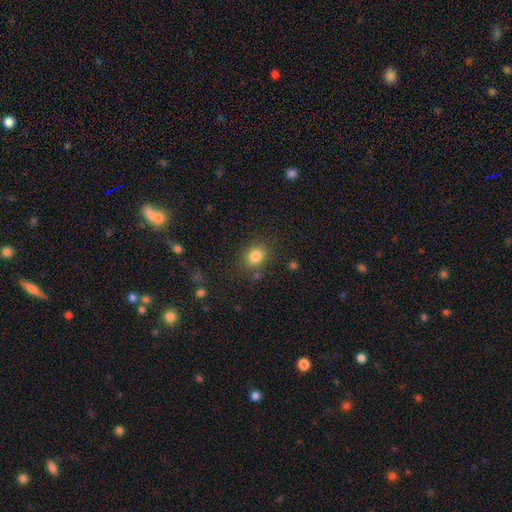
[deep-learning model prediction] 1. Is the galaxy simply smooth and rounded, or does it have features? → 83% smooth, 11% star or artifact, 7% featured or disk.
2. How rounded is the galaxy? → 51% round, 48% in between, 1% cigar-shaped.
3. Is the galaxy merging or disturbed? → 78% none, 13% minor disturbance, 5% major disturbance, 4% merger.